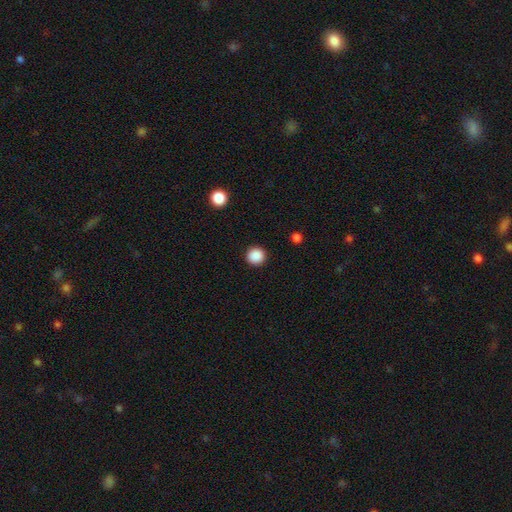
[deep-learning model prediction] The model was most divided on "smooth or featured": smooth: 88%, star or artifact: 9%, featured or disk: 2%. More confident: how rounded — round (94%); merging — none (93%).